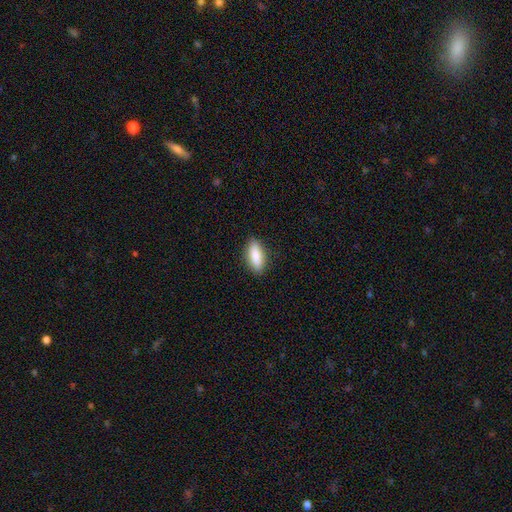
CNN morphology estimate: A smooth galaxy with no disk features (85%) that is in between round and cigar-shaped (71%). Merging: none (88%).